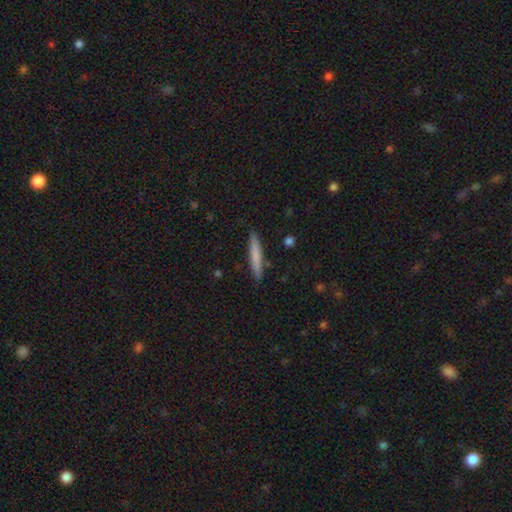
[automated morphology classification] A smooth galaxy with no disk features (72%) that is cigar-shaped (94%). Merging: none (89%).